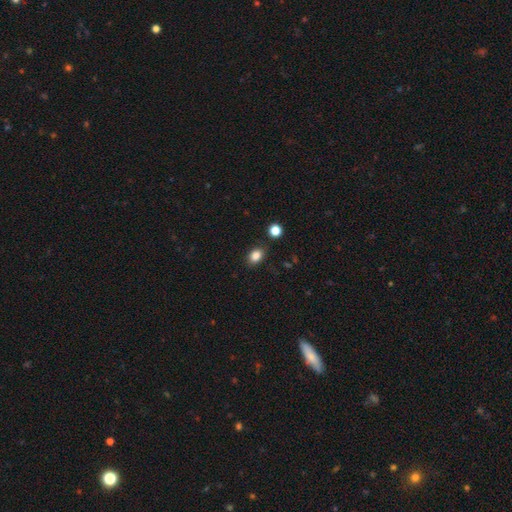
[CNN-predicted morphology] Smooth or featured: smooth — 85% (star or artifact — 10%)
How rounded: in between — 68% (round — 31%)
Merging: none — 81% (minor disturbance — 12%)